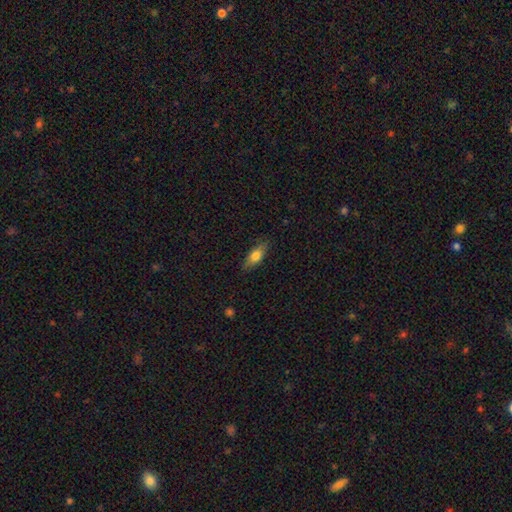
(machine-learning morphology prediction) Smooth or featured: smooth — 70% (featured or disk — 23%)
How rounded: in between — 70% (cigar-shaped — 27%)
Merging: none — 83% (minor disturbance — 13%)